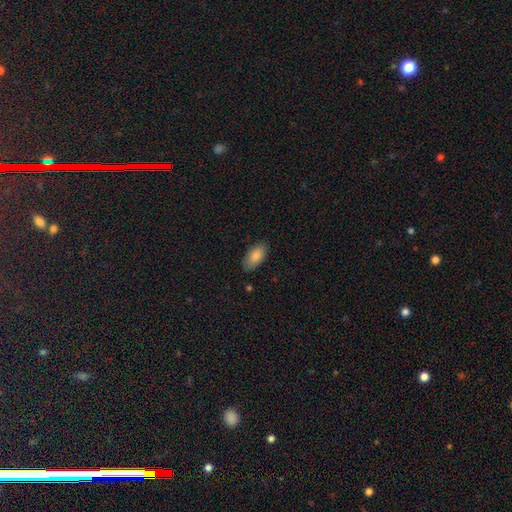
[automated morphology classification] smooth-or-featured: smooth: 84% | featured or disk: 9% | star or artifact: 6%
  how-rounded: in between: 92% | cigar-shaped: 6% | round: 2%
  merging: none: 85% | minor disturbance: 12% | major disturbance: 2% | merger: 1%